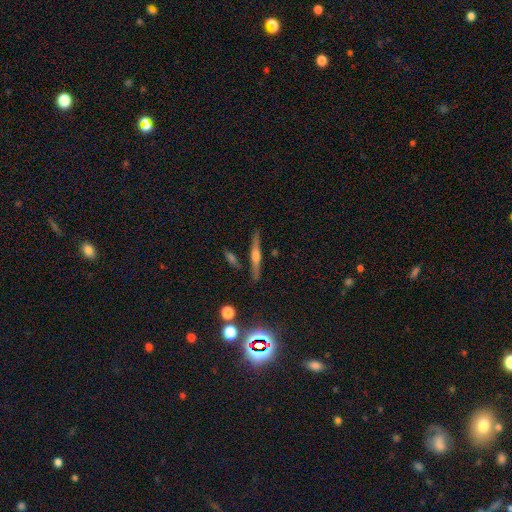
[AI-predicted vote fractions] Overall: featured or disk (71%). Edge-on disk: yes (97%). Edge-on bulge: rounded (84%). Merging: none (87%).